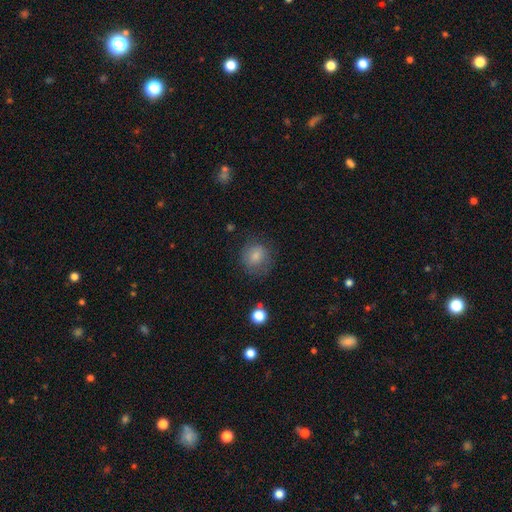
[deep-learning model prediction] The model was most divided on "merging": none: 70%, minor disturbance: 19%, major disturbance: 9%, merger: 2%. More confident: how rounded — round (78%); smooth or featured — smooth (78%).